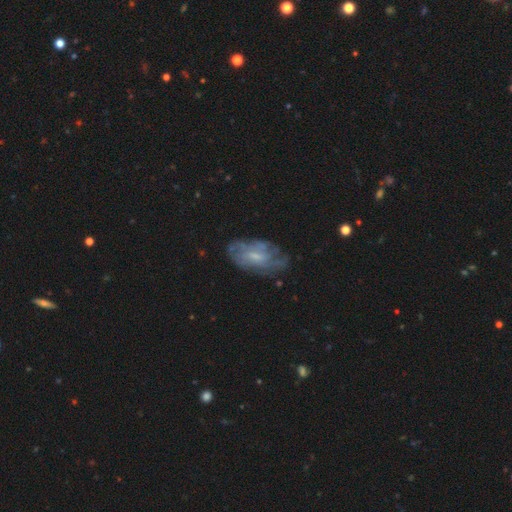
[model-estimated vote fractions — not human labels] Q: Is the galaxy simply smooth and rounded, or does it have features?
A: featured or disk — 66%.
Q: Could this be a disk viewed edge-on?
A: no — 94%.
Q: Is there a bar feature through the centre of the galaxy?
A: no — 52%.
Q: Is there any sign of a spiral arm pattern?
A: yes — 71%.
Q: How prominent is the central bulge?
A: small — 52%.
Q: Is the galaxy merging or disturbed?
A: none — 64%.